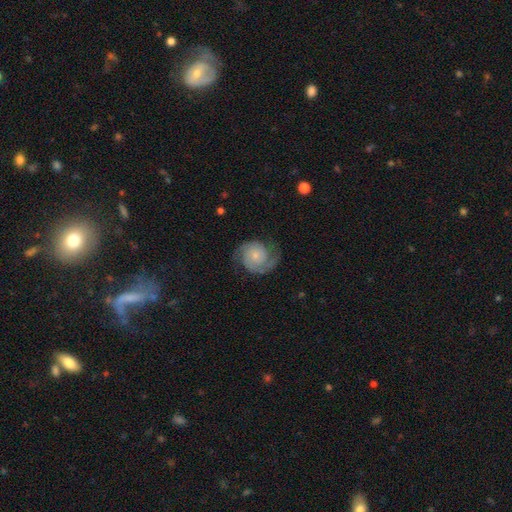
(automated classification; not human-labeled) Smooth or featured?
  - featured or disk: 83% *
  - smooth: 11%
  - star or artifact: 6%
Edge-on disk?
  - no: 98% *
  - yes: 2%
Bar?
  - no: 77% *
  - weak: 19%
  - strong: 4%
Spiral arms?
  - yes: 97% *
  - no: 3%
Spiral winding?
  - tight: 44% *
  - medium: 41%
  - loose: 15%
Spiral arm count?
  - 2: 89% *
  - can't tell: 4%
  - 1: 3%
  - 3: 2%
  - 4: 1%
  - more than 4: 1%
Bulge size?
  - small: 67% *
  - moderate: 24%
  - none: 5%
  - large: 2%
  - dominant: 1%
Merging?
  - none: 74% *
  - minor disturbance: 16%
  - major disturbance: 8%
  - merger: 1%